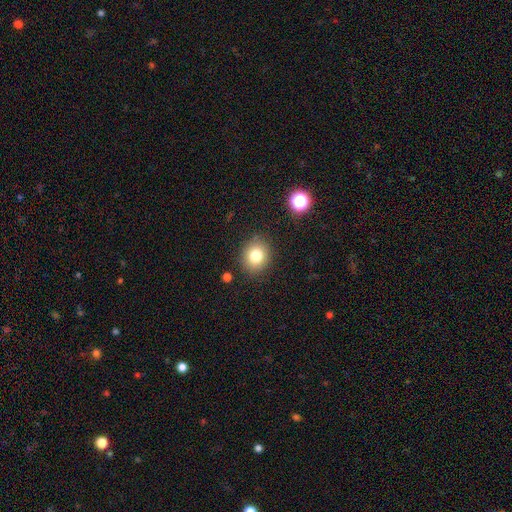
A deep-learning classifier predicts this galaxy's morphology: Overall: smooth (79%). How rounded: round (76%). Merging: none (87%).